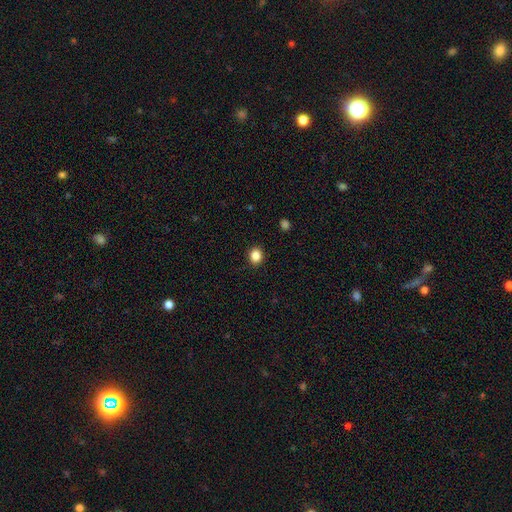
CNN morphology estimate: A smooth galaxy with no disk features (85%) that is round (70%).

Vote fractions:
- Smooth or featured? smooth: 85% / star or artifact: 11% / featured or disk: 4%
- How rounded? round: 70% / in between: 29% / cigar-shaped: 1%
- Merging? none: 91% / minor disturbance: 6% / major disturbance: 2% / merger: 1%